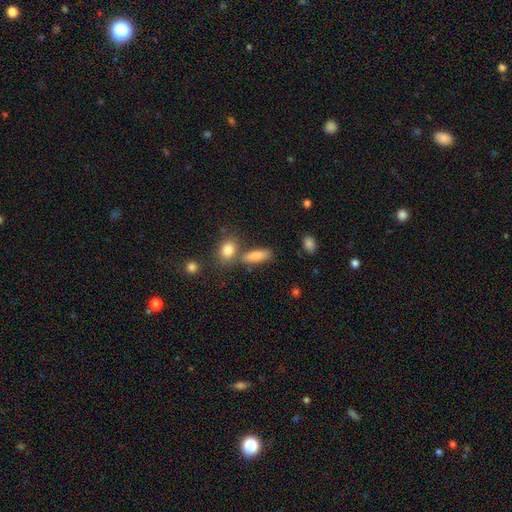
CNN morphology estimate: The model was most divided on "how rounded": in between: 68%, cigar-shaped: 27%, round: 6%. More confident: smooth or featured — smooth (83%); merging — none (65%).